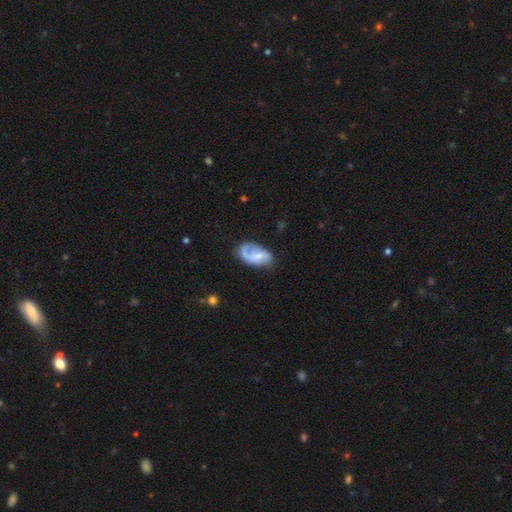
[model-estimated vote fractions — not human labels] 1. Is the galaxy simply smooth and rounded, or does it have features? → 53% featured or disk, 41% smooth, 7% star or artifact.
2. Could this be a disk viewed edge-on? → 96% no, 4% yes.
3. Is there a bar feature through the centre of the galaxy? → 47% no, 40% weak, 13% strong.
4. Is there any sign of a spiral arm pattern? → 74% yes, 26% no.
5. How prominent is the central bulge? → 44% small, 26% moderate, 25% none, 3% large, 1% dominant.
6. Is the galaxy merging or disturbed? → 43% none, 30% minor disturbance, 23% major disturbance, 3% merger.